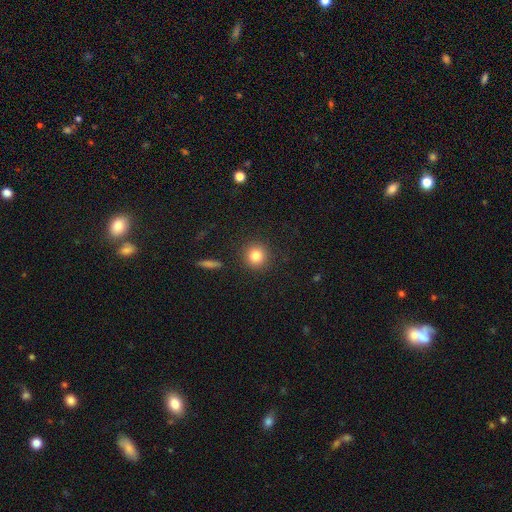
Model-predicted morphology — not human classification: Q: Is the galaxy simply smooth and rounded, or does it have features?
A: smooth — 83%.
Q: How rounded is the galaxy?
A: round — 93%.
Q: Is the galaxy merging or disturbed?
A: none — 90%.